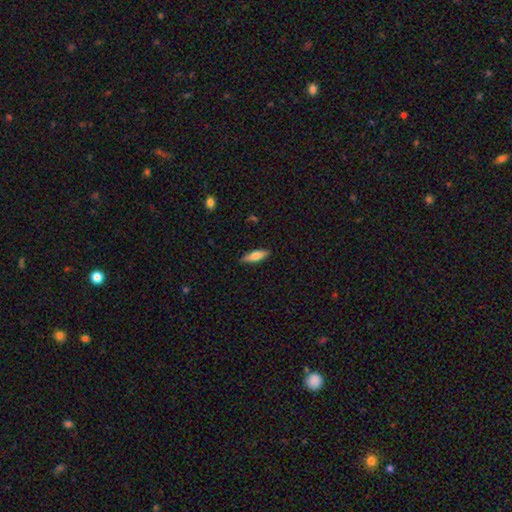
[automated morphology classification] Smooth or featured: smooth — 71% (featured or disk — 23%)
How rounded: cigar-shaped — 50% (in between — 47%)
Merging: none — 87% (minor disturbance — 10%)